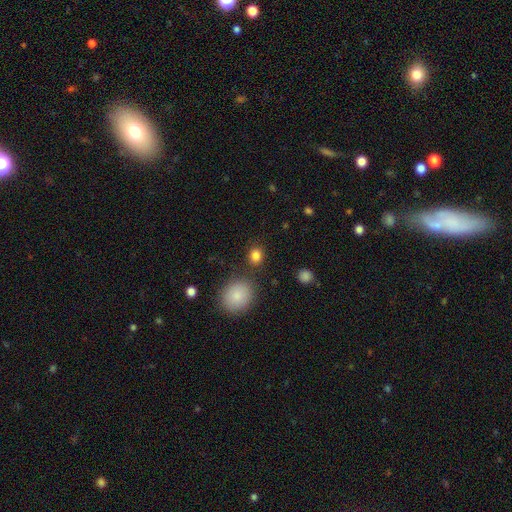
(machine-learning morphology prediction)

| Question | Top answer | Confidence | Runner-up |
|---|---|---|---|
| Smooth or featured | smooth | 84% | star or artifact (11%) |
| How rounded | round | 70% | in between (29%) |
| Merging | none | 82% | minor disturbance (9%) |